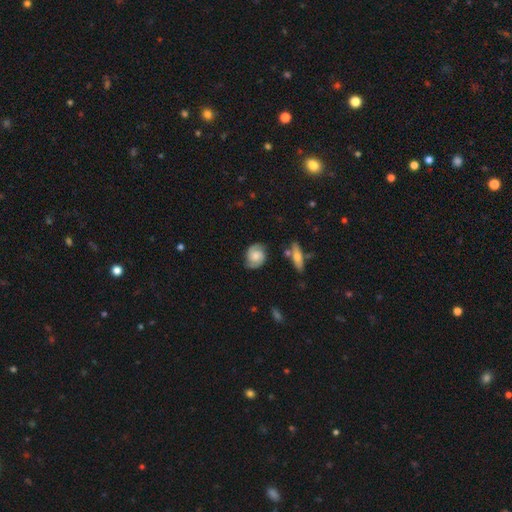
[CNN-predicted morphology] This appears to be a featured or disk galaxy (60%) with no bar (62%), 2 (86%) medium (44%) spiral arms (92%) and a moderate central bulge (40%). Merging: none (77%).